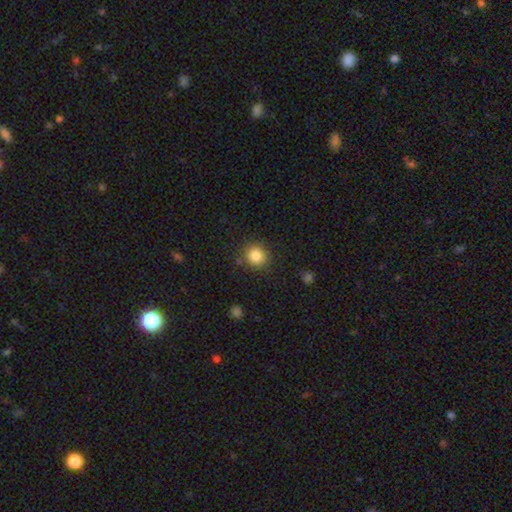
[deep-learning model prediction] The model was most divided on "merging": none: 84%, minor disturbance: 10%, major disturbance: 3%, merger: 3%. More confident: how rounded — round (87%); smooth or featured — smooth (85%).